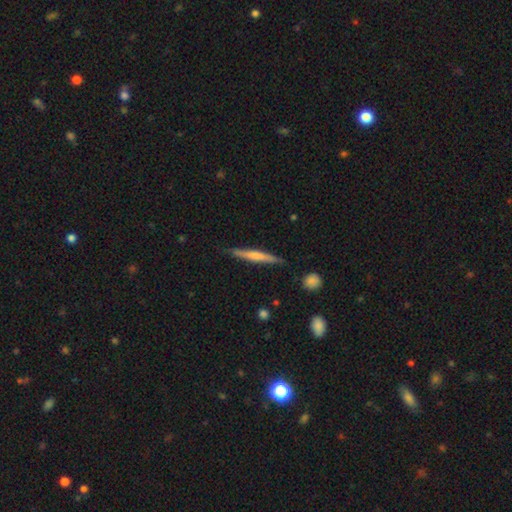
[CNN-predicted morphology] A smooth galaxy with no disk features (48%).

Vote fractions:
- Smooth or featured? smooth: 48% / featured or disk: 46% / star or artifact: 5%
- Merging? none: 86% / minor disturbance: 11% / major disturbance: 2% / merger: 2%